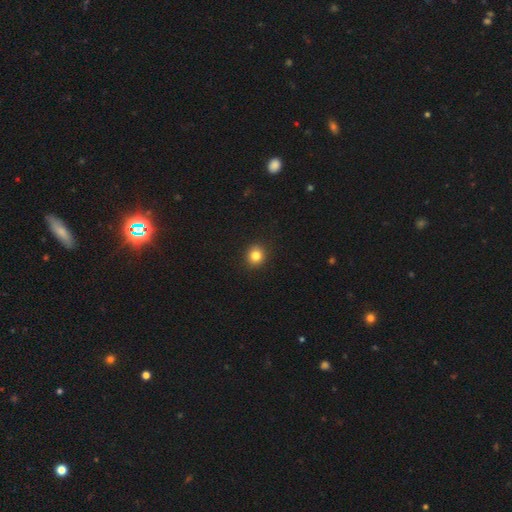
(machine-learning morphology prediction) type=smooth (83%); roundness=round (84%); merging=none (92%).